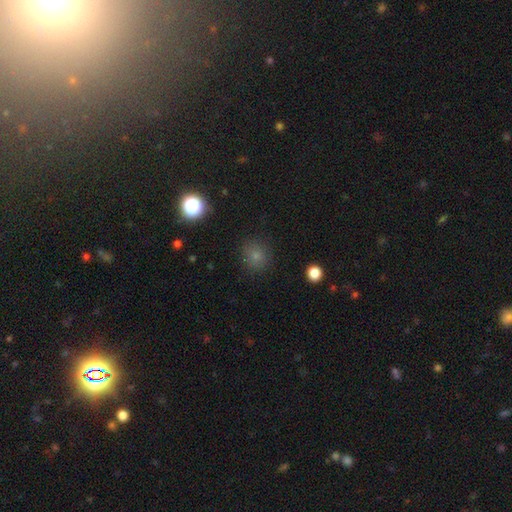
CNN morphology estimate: A smooth galaxy with no disk features (78%) that is round (84%).

Vote fractions:
- Smooth or featured? smooth: 78% / star or artifact: 15% / featured or disk: 7%
- How rounded? round: 84% / in between: 15% / cigar-shaped: 1%
- Merging? none: 84% / minor disturbance: 11% / major disturbance: 4% / merger: 2%